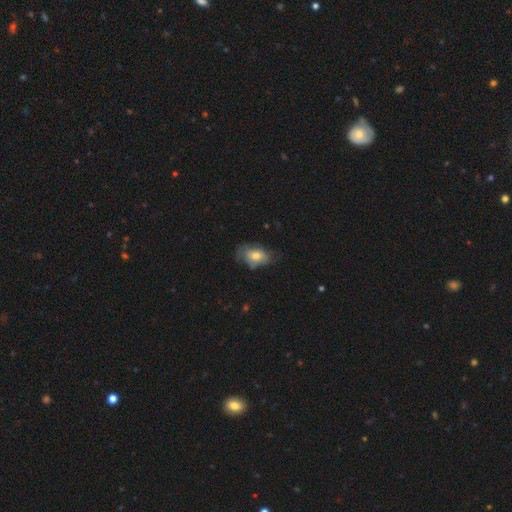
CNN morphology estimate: smooth_or_featured: smooth (p=0.64) [alt: featured or disk p=0.28]
how_rounded: in between (p=0.81) [alt: round p=0.17]
merging: none (p=0.47) [alt: minor disturbance p=0.34]